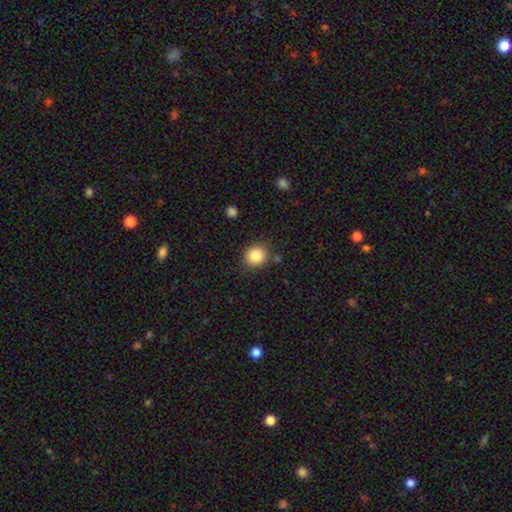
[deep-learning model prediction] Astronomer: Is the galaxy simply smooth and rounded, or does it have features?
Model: smooth — 84%.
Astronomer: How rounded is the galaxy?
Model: round — 87%.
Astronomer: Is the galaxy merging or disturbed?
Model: none — 85%.